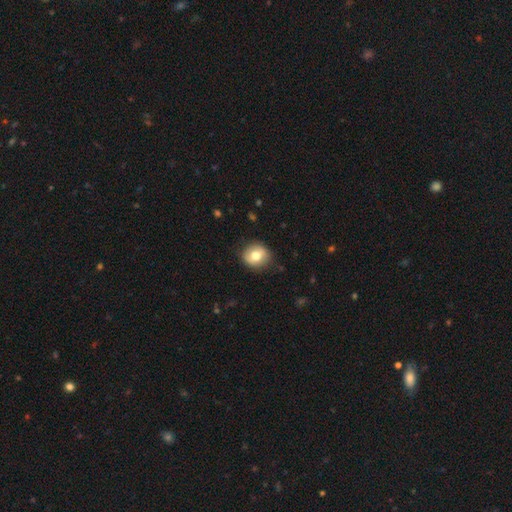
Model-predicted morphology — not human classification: A smooth galaxy with no disk features (72%) that is round (81%). Merging: none (85%).